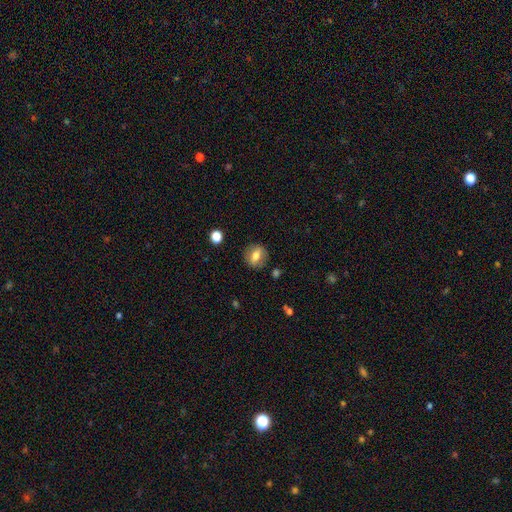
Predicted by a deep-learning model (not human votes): A smooth galaxy with no disk features (65%) that is round (64%).

Vote fractions:
- Smooth or featured? smooth: 65% / featured or disk: 27% / star or artifact: 9%
- How rounded? round: 64% / in between: 34% / cigar-shaped: 2%
- Merging? none: 85% / minor disturbance: 10% / major disturbance: 3% / merger: 2%